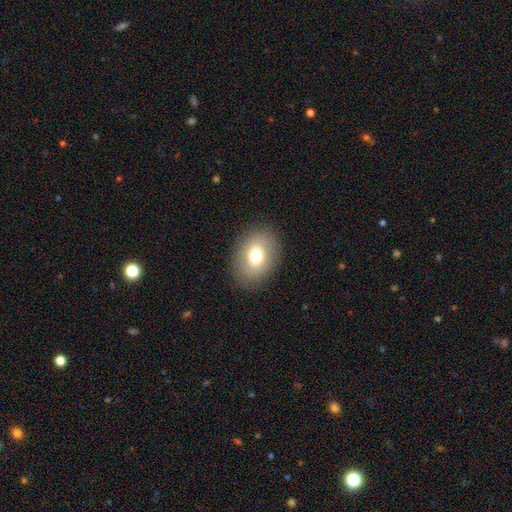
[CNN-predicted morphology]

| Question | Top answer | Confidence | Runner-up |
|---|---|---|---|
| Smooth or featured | smooth | 72% | featured or disk (19%) |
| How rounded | in between | 69% | round (30%) |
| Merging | none | 86% | minor disturbance (9%) |